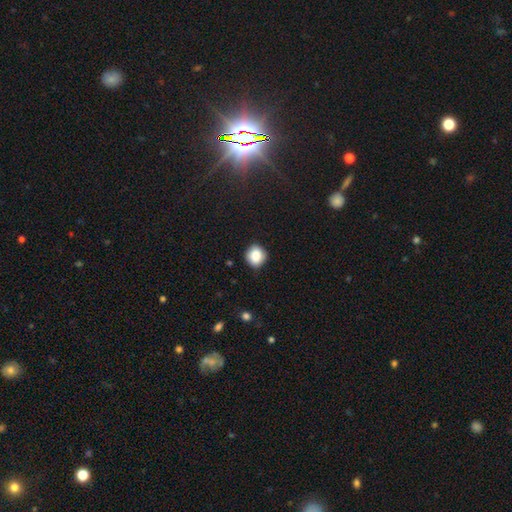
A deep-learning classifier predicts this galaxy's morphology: A smooth galaxy with no disk features (86%) that is round (80%). Merging: none (85%).